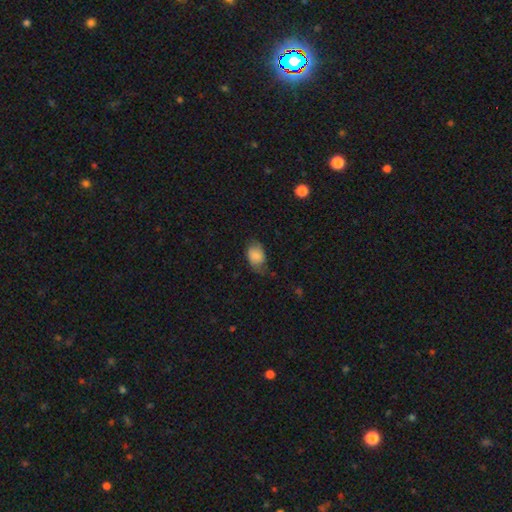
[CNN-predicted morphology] Smooth or featured: smooth — 72% (featured or disk — 20%)
How rounded: in between — 84% (round — 15%)
Merging: none — 55% (minor disturbance — 31%)